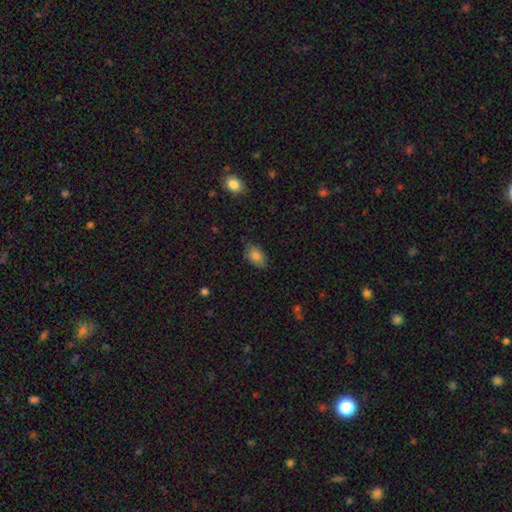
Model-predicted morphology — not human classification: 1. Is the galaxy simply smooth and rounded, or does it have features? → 83% smooth, 9% star or artifact, 8% featured or disk.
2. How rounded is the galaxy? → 90% in between, 7% round, 3% cigar-shaped.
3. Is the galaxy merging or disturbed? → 78% none, 18% minor disturbance, 3% major disturbance, 1% merger.